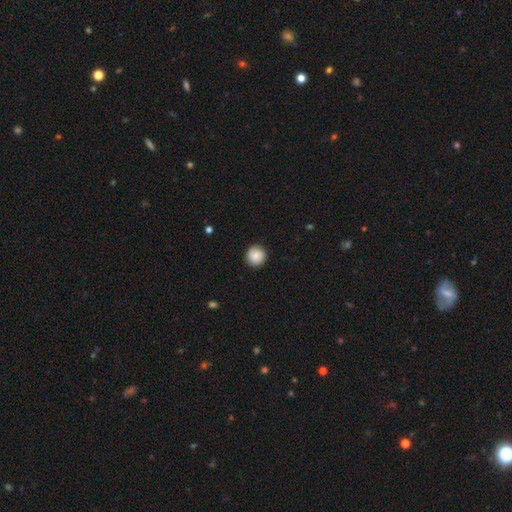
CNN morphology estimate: Smooth or featured?
  - smooth: 83% *
  - featured or disk: 9%
  - star or artifact: 8%
How rounded?
  - round: 95% *
  - in between: 4%
  - cigar-shaped: 1%
Merging?
  - none: 89% *
  - minor disturbance: 8%
  - major disturbance: 2%
  - merger: 1%